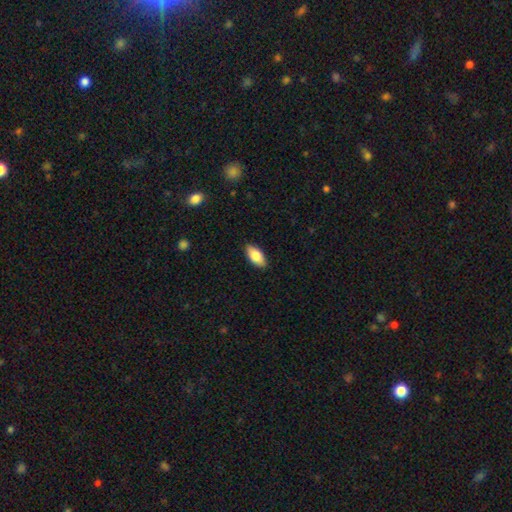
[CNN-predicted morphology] Smooth or featured: smooth — 82% (featured or disk — 12%)
How rounded: in between — 90% (cigar-shaped — 7%)
Merging: none — 89% (minor disturbance — 8%)